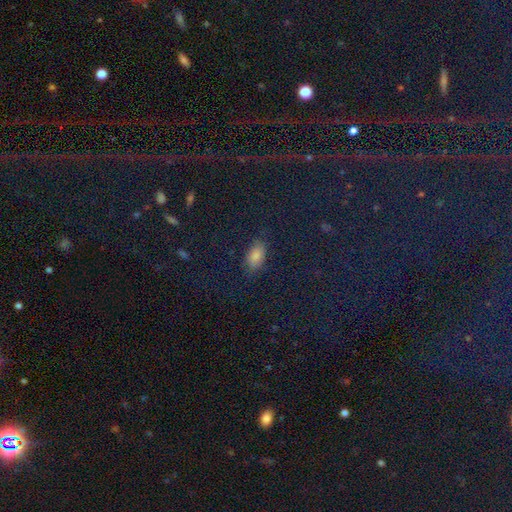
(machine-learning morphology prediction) This appears to be a smooth galaxy with no disk features (66%) that is in between round and cigar-shaped (89%). Merging: none (83%).